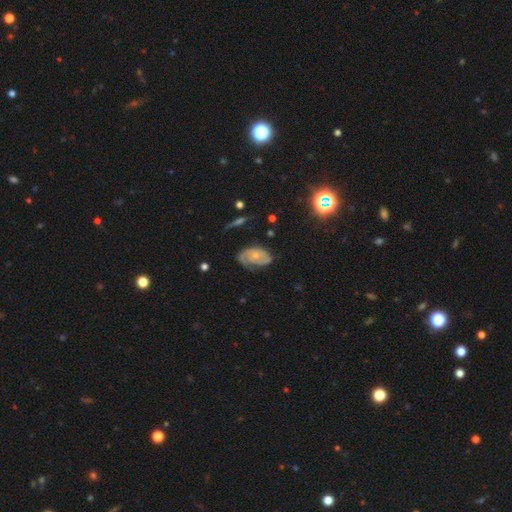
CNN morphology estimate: A featured or disk galaxy (60%) with no bar (80%), spiral arms (79%) and a small central bulge (66%). Merging: none (52%).